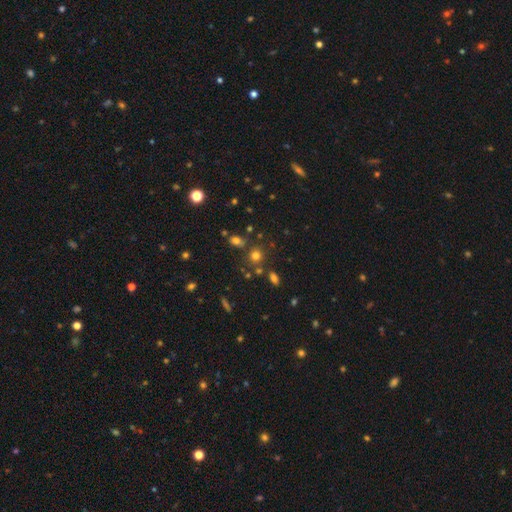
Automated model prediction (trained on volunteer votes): The model was most divided on "smooth or featured": smooth: 70%, star or artifact: 22%, featured or disk: 9%. More confident: how rounded — round (82%); merging — none (73%).